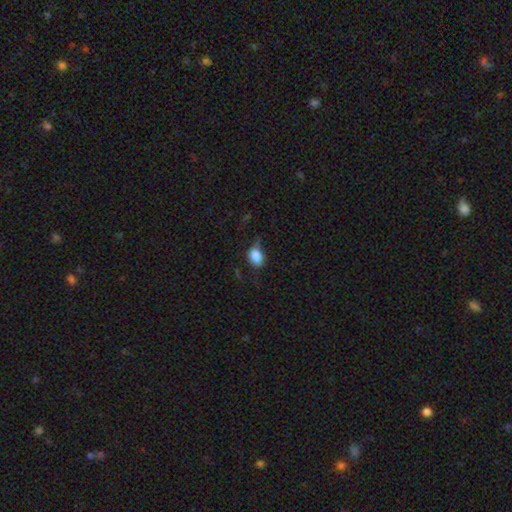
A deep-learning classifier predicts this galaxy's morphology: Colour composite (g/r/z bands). It shows a smooth galaxy with no disk features (82%) that is in between round and cigar-shaped (72%). Merging: none (47%).